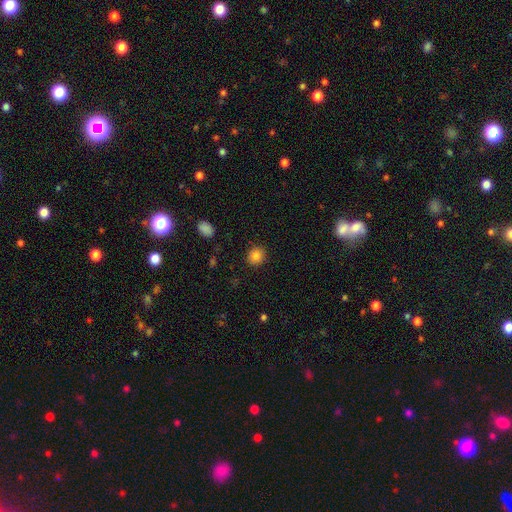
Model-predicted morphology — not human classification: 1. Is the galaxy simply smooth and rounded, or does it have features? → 85% smooth, 10% star or artifact, 5% featured or disk.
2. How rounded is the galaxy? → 78% round, 21% in between, 1% cigar-shaped.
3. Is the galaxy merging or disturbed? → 89% none, 7% minor disturbance, 2% major disturbance, 1% merger.